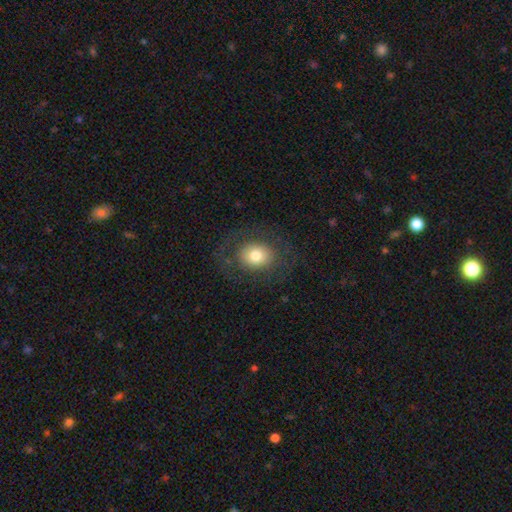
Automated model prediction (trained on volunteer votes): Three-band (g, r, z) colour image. It shows a smooth galaxy with no disk features (71%) that is round (54%). Merging: none (76%).